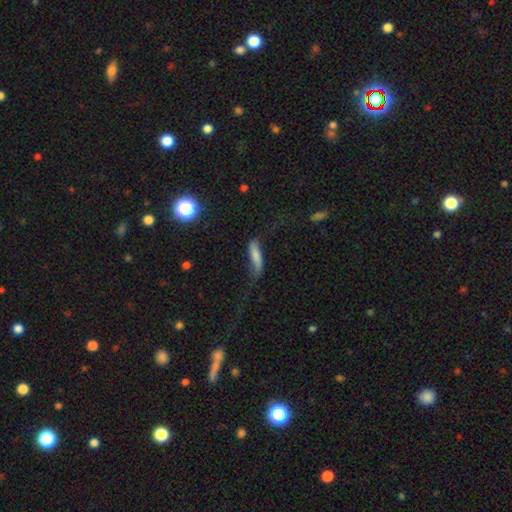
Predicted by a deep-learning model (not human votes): Q: Smooth or featured?
A: smooth (59%); runner-up: featured or disk (33%)
Q: How rounded?
A: cigar-shaped (68%); runner-up: in between (29%)
Q: Merging?
A: none (44%); runner-up: minor disturbance (27%)